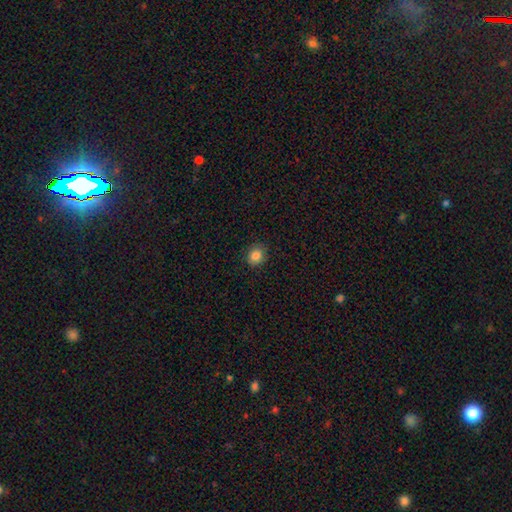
Morphology: type=smooth (95%); roundness=round (78%); merging=none (89%).